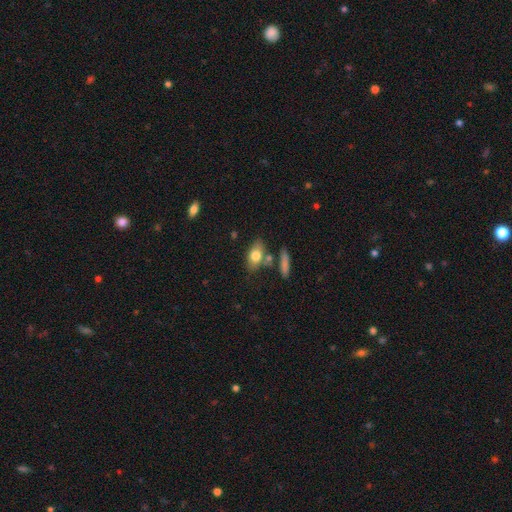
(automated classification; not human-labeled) The model was most divided on "merging": none: 63%, minor disturbance: 16%, merger: 16%, major disturbance: 5%. More confident: how rounded — in between (81%); smooth or featured — smooth (75%).